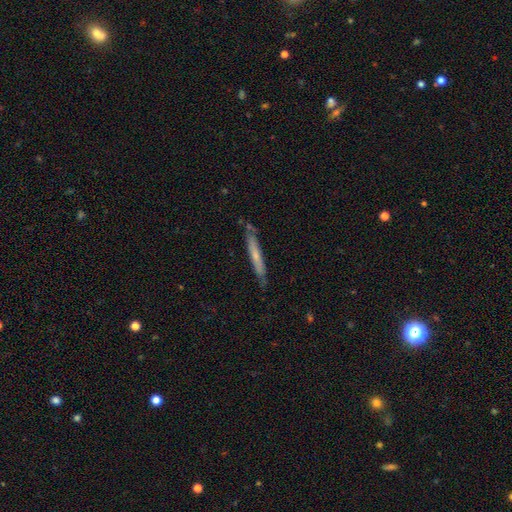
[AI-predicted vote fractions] Overall: smooth (50%; featured or disk 44%). How rounded: cigar-shaped (95%). Merging: none (77%).